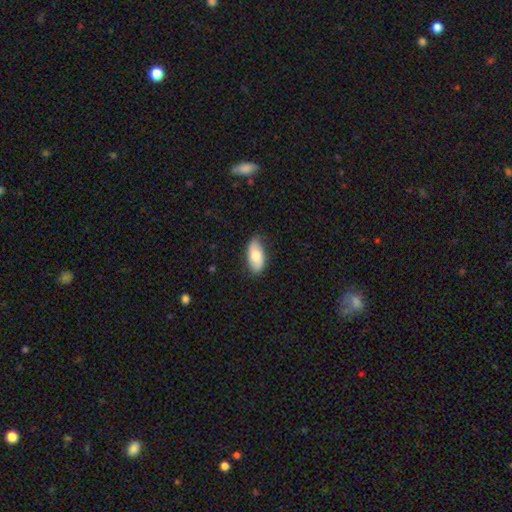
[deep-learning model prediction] smooth 65%, featured or disk 29%, star or artifact 6%. Down the decision tree: how rounded — in between (93%); merging — none (77%).